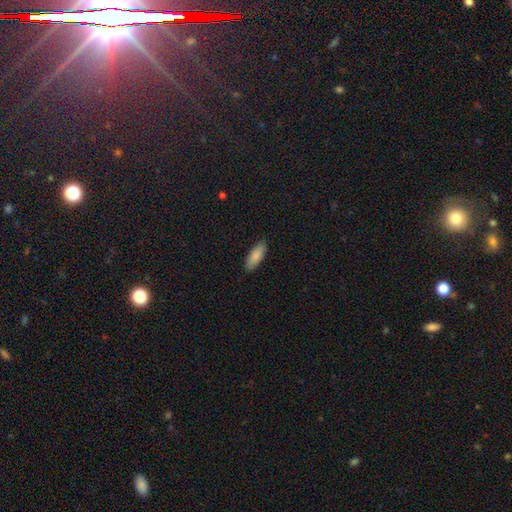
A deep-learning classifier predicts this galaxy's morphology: The model was most divided on "how rounded": in between: 75%, cigar-shaped: 24%, round: 2%. More confident: smooth or featured — smooth (87%); merging — none (86%).